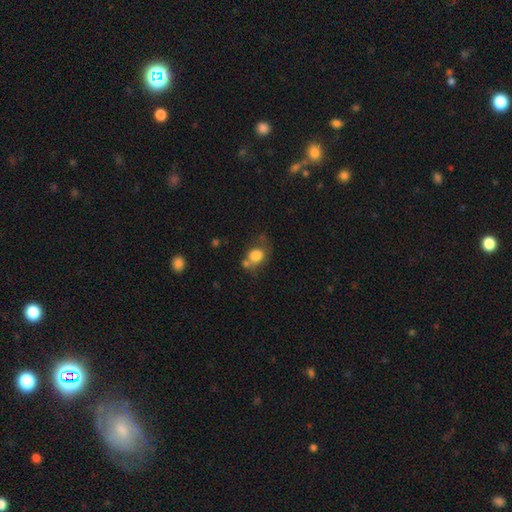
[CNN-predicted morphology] smooth-or-featured: smooth: 78% | featured or disk: 12% | star or artifact: 10%
  how-rounded: round: 57% | in between: 42% | cigar-shaped: 1%
  merging: none: 44% | minor disturbance: 22% | merger: 21% | major disturbance: 13%